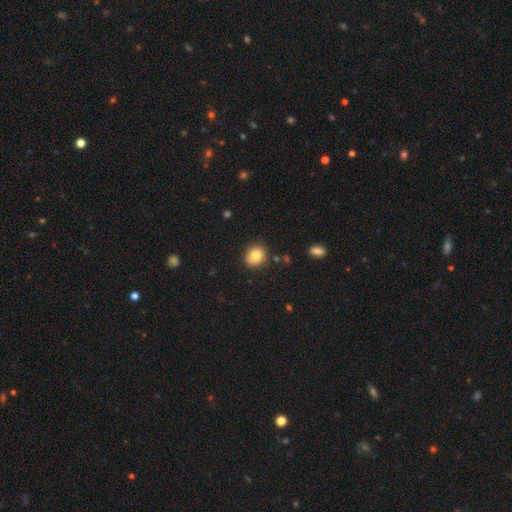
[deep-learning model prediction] Smooth or featured?
  - smooth: 82% *
  - star or artifact: 10%
  - featured or disk: 8%
How rounded?
  - round: 69% *
  - in between: 30%
  - cigar-shaped: 1%
Merging?
  - none: 81% *
  - minor disturbance: 14%
  - major disturbance: 3%
  - merger: 3%